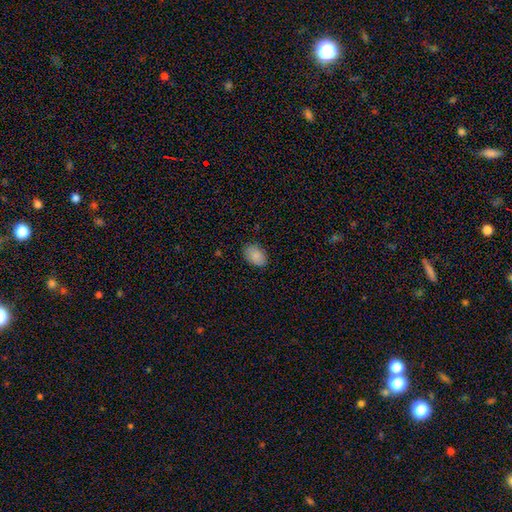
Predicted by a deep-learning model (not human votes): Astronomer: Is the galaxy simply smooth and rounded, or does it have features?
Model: smooth — 88%.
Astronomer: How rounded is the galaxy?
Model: in between — 86%.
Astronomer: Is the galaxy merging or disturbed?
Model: none — 84%.